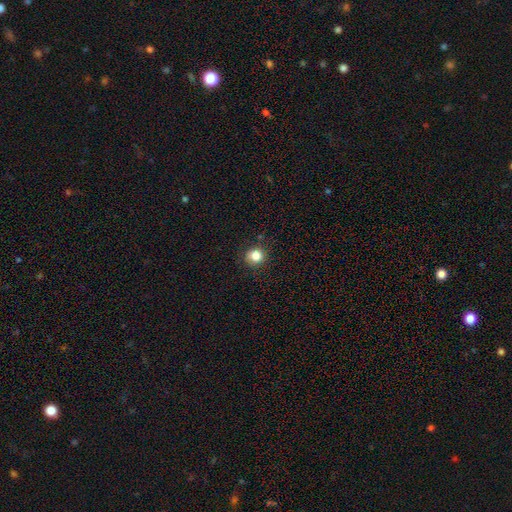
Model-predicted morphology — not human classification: Overall: smooth (83%). How rounded: round (90%). Merging: none (89%).